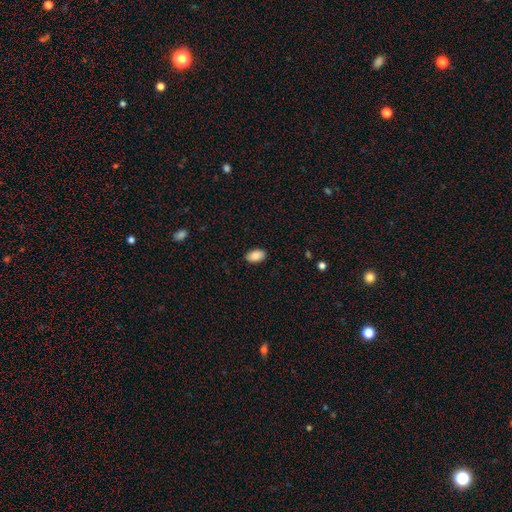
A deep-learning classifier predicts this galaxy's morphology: smooth_or_featured: smooth (p=0.88) [alt: star or artifact p=0.07]
how_rounded: in between (p=0.93) [alt: round p=0.06]
merging: none (p=0.89) [alt: minor disturbance p=0.09]